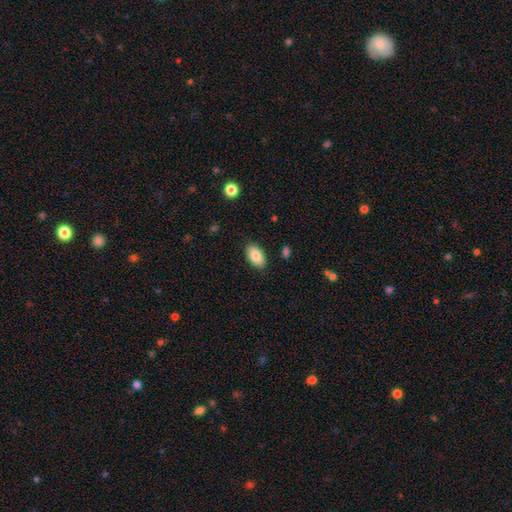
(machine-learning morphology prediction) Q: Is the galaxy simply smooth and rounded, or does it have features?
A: smooth — 86%.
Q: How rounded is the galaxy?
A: in between — 94%.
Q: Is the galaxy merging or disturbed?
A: none — 87%.